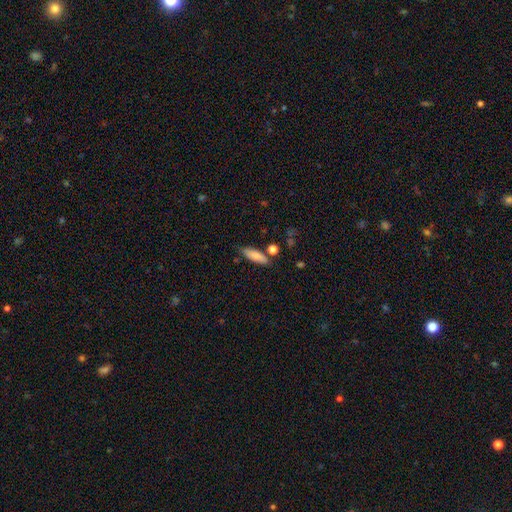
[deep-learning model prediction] This is clearly a smooth galaxy (80%). How rounded: possibly in between (51%). Merging: likely none (76%).